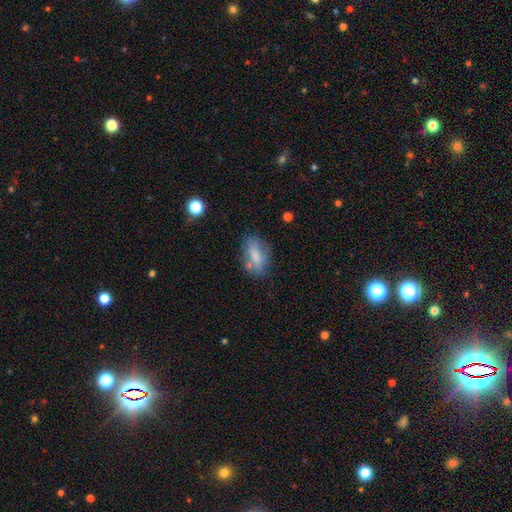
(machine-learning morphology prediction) Smooth or featured? smooth (69%)
How rounded? in between (83%)
Merging? none (61%)